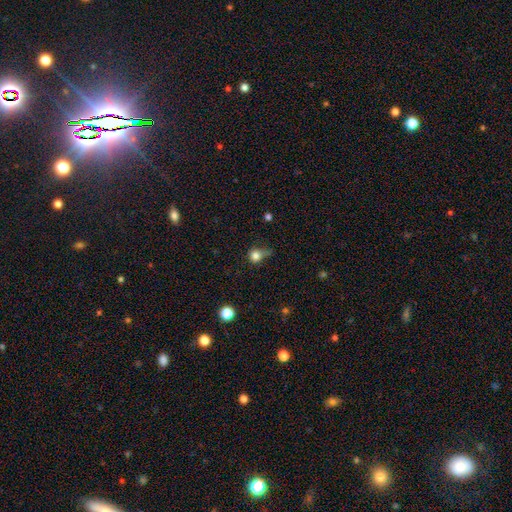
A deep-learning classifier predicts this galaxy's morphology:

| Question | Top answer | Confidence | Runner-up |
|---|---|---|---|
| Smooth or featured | smooth | 79% | star or artifact (12%) |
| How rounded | round | 83% | in between (16%) |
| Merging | none | 41% | minor disturbance (34%) |